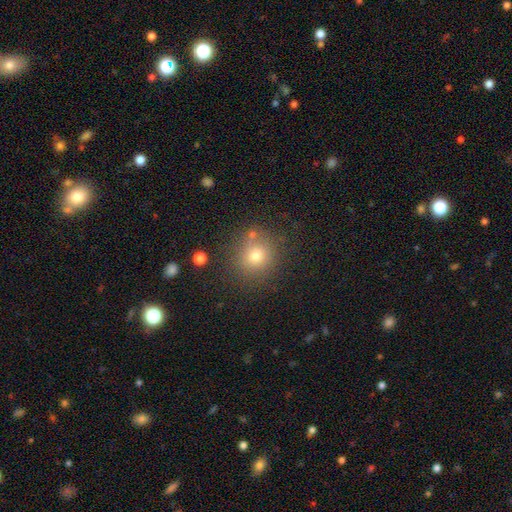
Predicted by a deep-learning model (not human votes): Q: Smooth or featured?
A: smooth (73%); runner-up: star or artifact (16%)
Q: How rounded?
A: round (87%); runner-up: in between (12%)
Q: Merging?
A: none (76%); runner-up: minor disturbance (11%)